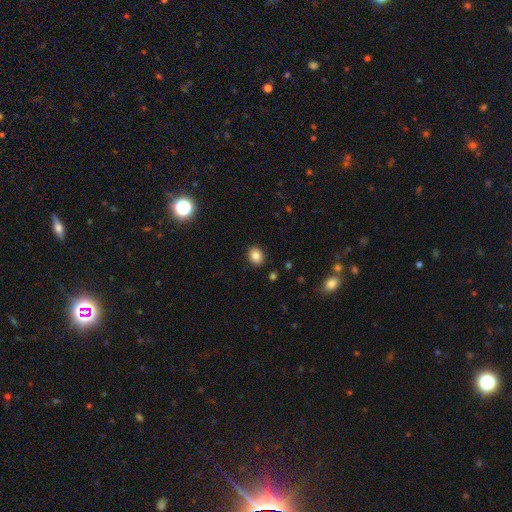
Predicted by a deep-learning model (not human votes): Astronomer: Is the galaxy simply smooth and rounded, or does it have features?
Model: smooth — 85%.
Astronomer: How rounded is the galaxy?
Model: round — 62% (runner-up: in between, 37%).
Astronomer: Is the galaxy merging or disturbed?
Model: none — 90%.